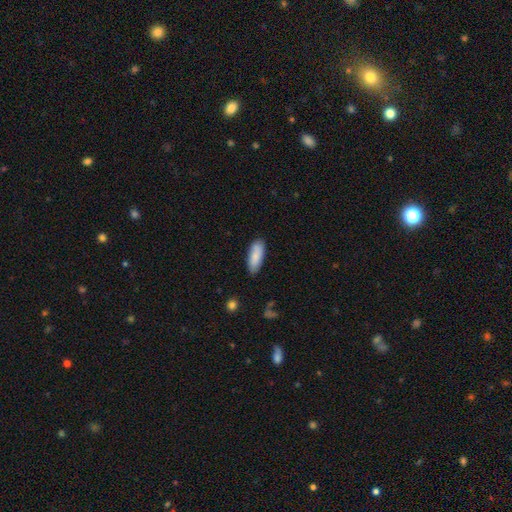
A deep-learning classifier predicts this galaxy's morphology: smooth_or_featured: smooth (p=0.85) [alt: featured or disk p=0.09]
how_rounded: in between (p=0.76) [alt: cigar-shaped p=0.23]
merging: none (p=0.83) [alt: minor disturbance p=0.13]